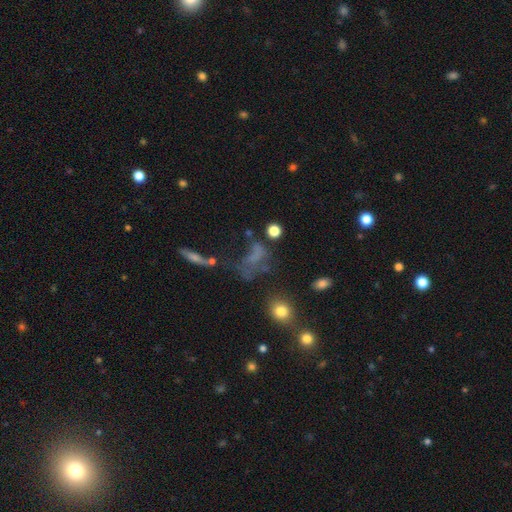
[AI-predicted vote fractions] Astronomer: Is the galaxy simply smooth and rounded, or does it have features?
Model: smooth — 45% (runner-up: featured or disk, 30%).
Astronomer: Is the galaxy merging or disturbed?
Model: major disturbance — 36% (runner-up: none, 29%).